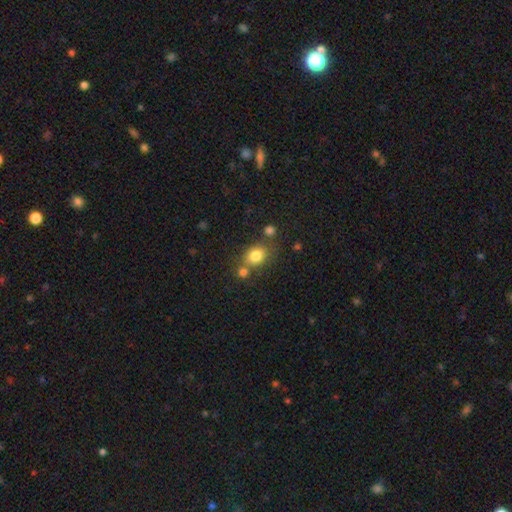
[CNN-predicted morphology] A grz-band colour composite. It shows a smooth galaxy with no disk features (81%) that is round (51%). Merging: none (59%).